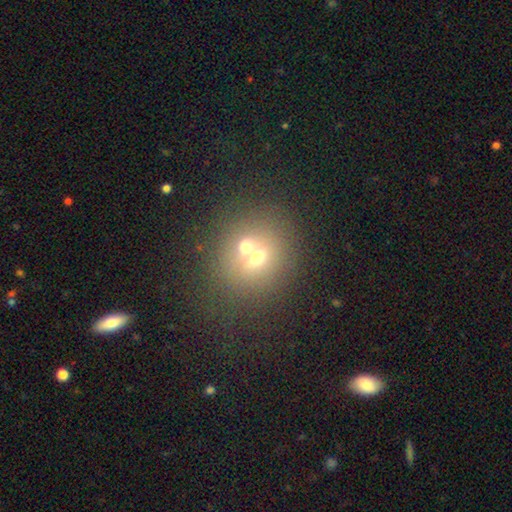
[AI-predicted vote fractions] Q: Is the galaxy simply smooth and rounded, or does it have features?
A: smooth — 56%.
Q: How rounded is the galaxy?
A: round — 83%.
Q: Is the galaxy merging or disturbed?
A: merger — 50%.